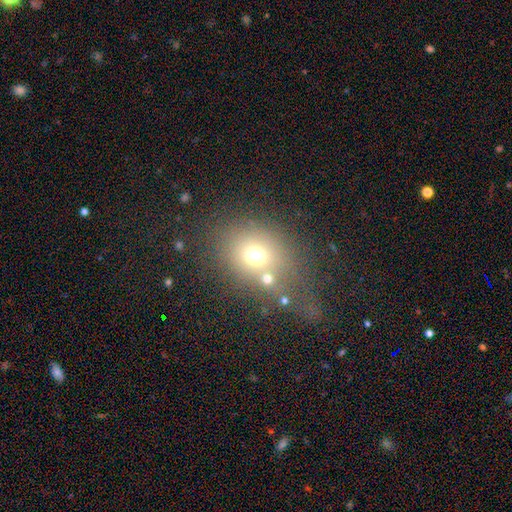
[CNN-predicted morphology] A smooth galaxy with no disk features (66%) that is round (59%). Merging: none (47%).